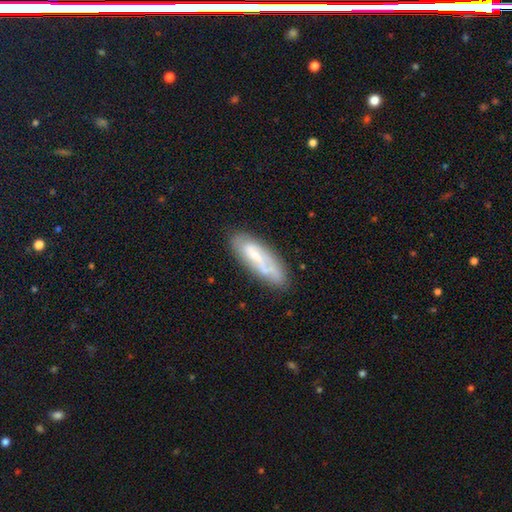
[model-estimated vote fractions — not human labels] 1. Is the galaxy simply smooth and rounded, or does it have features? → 47% smooth, 45% featured or disk, 8% star or artifact.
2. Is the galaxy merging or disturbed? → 67% none, 22% minor disturbance, 7% major disturbance, 4% merger.